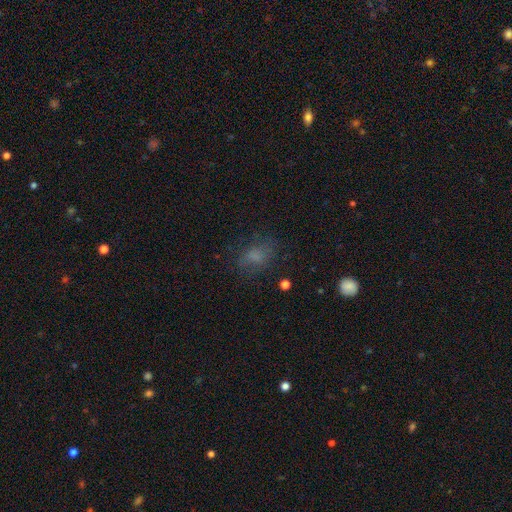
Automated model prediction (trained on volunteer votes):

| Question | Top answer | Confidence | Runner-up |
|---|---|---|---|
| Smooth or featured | smooth | 68% | star or artifact (17%) |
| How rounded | in between | 70% | round (28%) |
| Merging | none | 65% | minor disturbance (19%) |